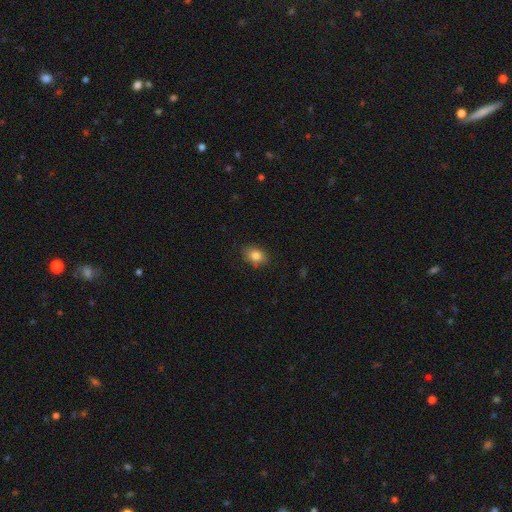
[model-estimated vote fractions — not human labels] The model was most divided on "how rounded": in between: 70%, round: 29%, cigar-shaped: 1%. More confident: merging — none (84%); smooth or featured — smooth (83%).